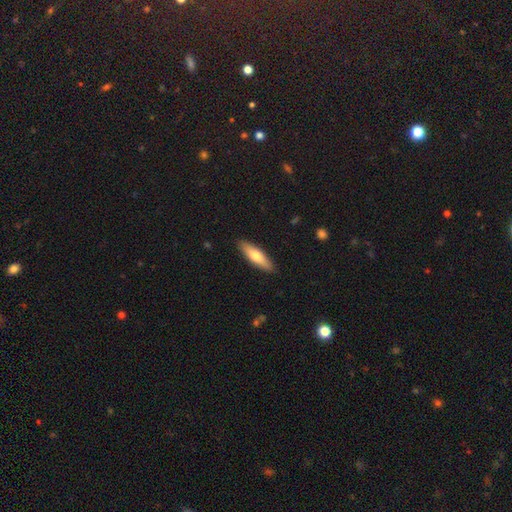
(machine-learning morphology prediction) This is likely a smooth galaxy (67%). How rounded: likely cigar-shaped (64%). Merging: clearly none (89%).